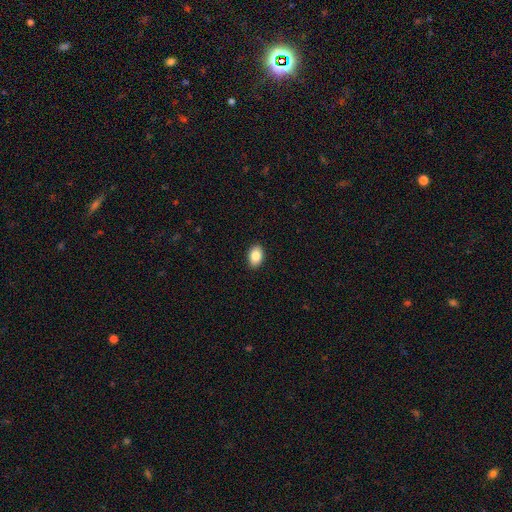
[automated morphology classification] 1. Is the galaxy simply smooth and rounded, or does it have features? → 86% smooth, 8% star or artifact, 7% featured or disk.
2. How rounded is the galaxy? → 86% in between, 13% round, 1% cigar-shaped.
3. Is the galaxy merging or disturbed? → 90% none, 7% minor disturbance, 2% major disturbance, 1% merger.